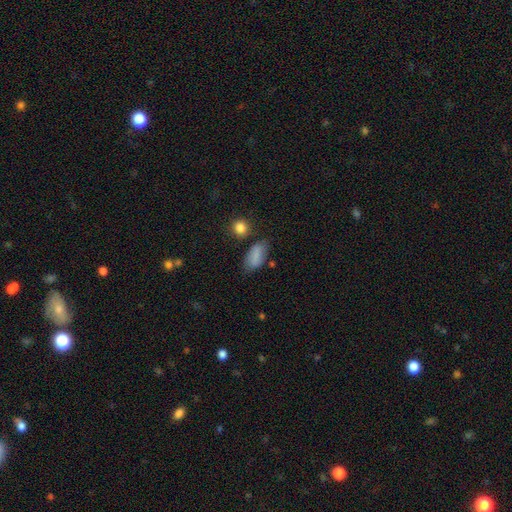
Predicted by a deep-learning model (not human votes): smooth-or-featured: smooth: 81% | featured or disk: 11% | star or artifact: 9%
  how-rounded: in between: 89% | round: 5% | cigar-shaped: 5%
  merging: none: 67% | minor disturbance: 21% | major disturbance: 6% | merger: 6%